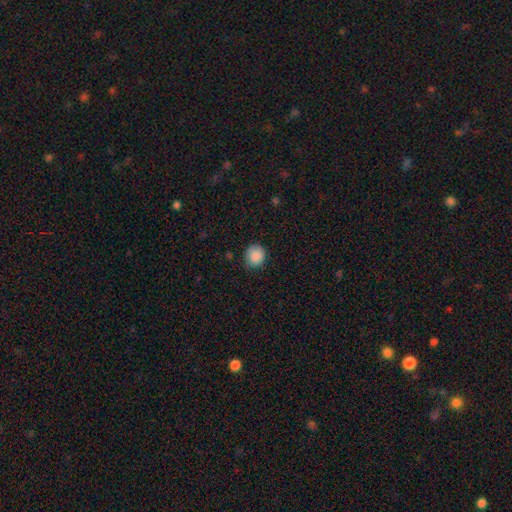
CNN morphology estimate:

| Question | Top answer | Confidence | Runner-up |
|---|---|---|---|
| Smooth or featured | smooth | 88% | star or artifact (8%) |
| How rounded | round | 83% | in between (16%) |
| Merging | none | 78% | minor disturbance (17%) |